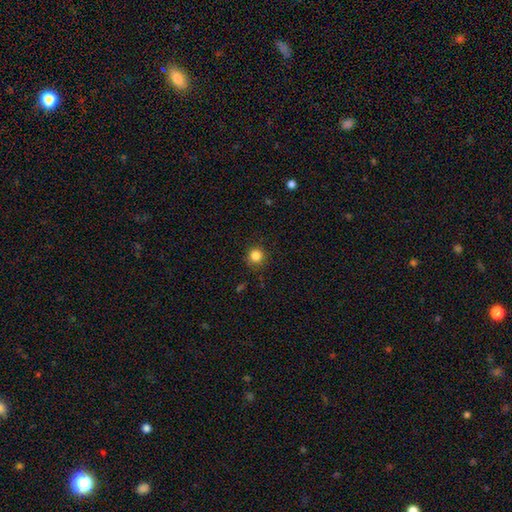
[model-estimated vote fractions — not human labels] Q: Smooth or featured?
A: smooth (84%); runner-up: star or artifact (12%)
Q: How rounded?
A: round (93%); runner-up: in between (6%)
Q: Merging?
A: none (89%); runner-up: minor disturbance (8%)